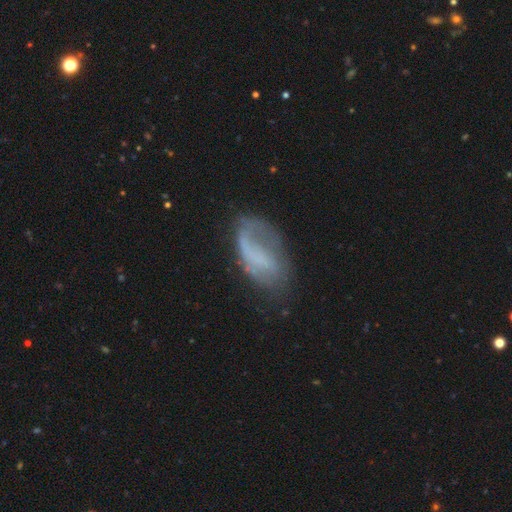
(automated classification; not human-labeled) Smooth or featured? featured or disk (54%)
Edge-on disk? no (95%)
Bar? no (57%)
Spiral arms? yes (61%)
Bulge size? none (68%)
Merging? none (46%)